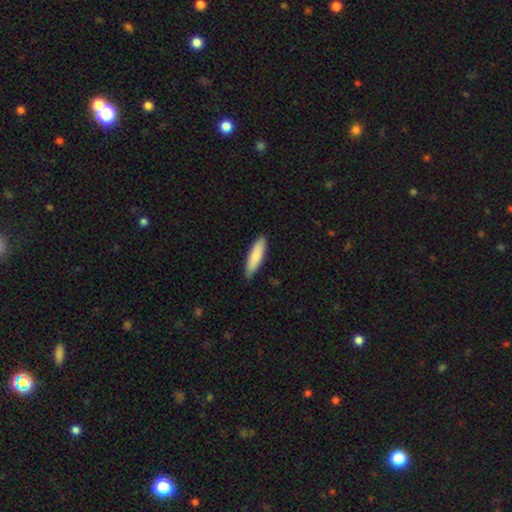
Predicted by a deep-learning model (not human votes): A smooth galaxy with no disk features (84%) that is cigar-shaped (66%). Merging: none (84%).